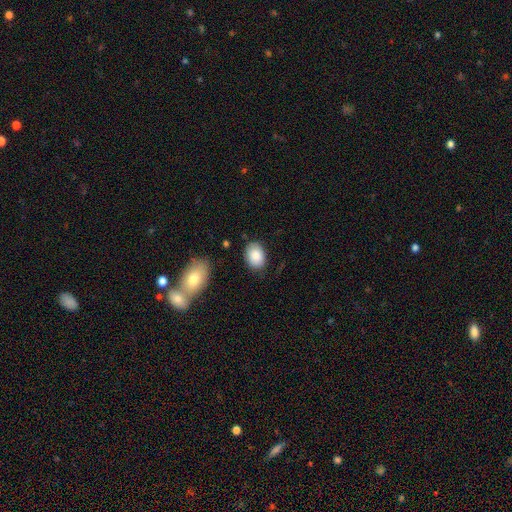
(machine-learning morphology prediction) A smooth galaxy with no disk features (87%) that is in between round and cigar-shaped (78%).

Vote fractions:
- Smooth or featured? smooth: 87% / star or artifact: 7% / featured or disk: 6%
- How rounded? in between: 78% / round: 21% / cigar-shaped: 1%
- Merging? none: 78% / minor disturbance: 16% / major disturbance: 3% / merger: 3%